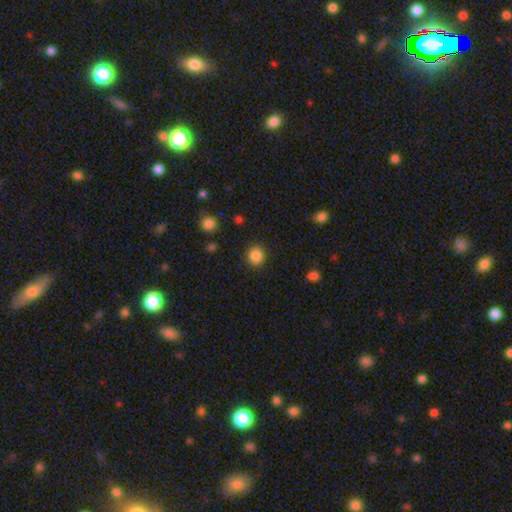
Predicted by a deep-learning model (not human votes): Overall: smooth (86%). How rounded: round (87%). Merging: none (89%).